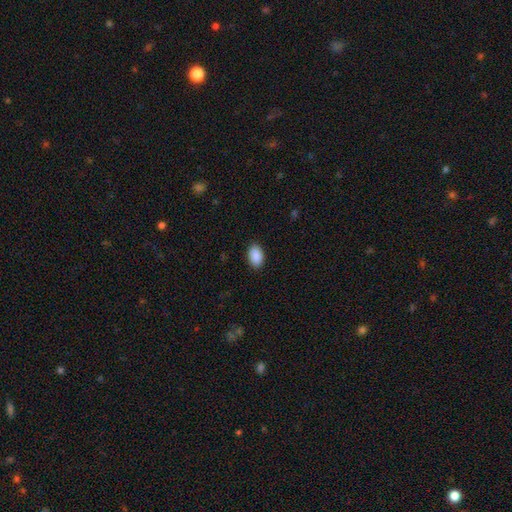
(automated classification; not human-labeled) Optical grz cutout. It shows a smooth galaxy with no disk features (91%) that is in between round and cigar-shaped (91%). Merging: none (89%).